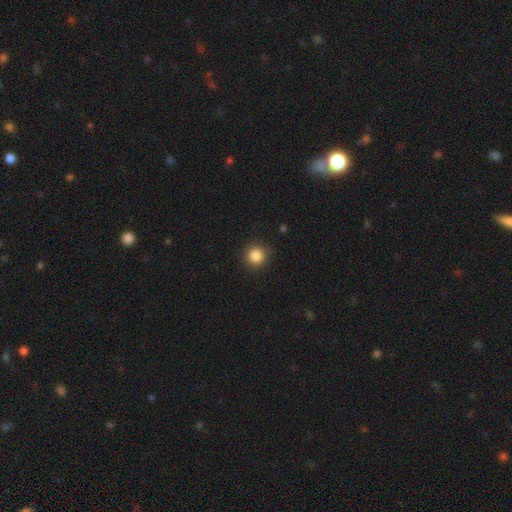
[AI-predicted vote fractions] Overall: smooth (85%). How rounded: round (94%). Merging: none (91%).